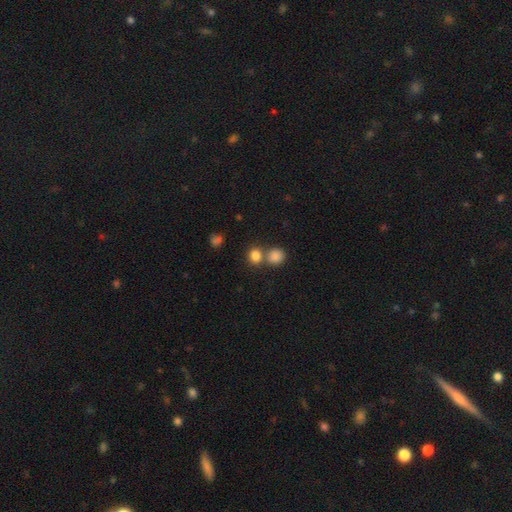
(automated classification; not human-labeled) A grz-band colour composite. It shows a smooth galaxy with no disk features (84%) that is round (76%). Merging: none (55%).